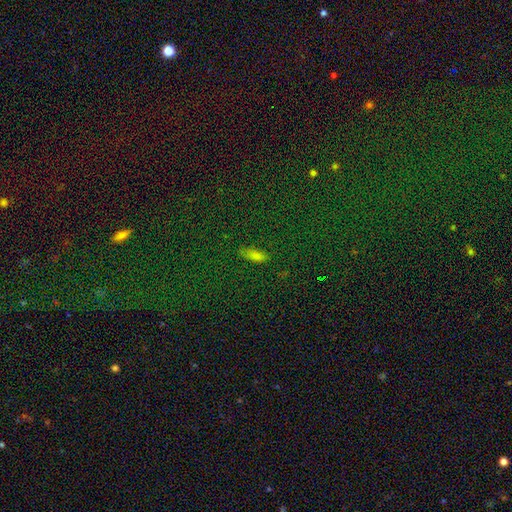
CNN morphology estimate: This is likely a smooth galaxy (67%). How rounded: likely in between (62%). Merging: clearly none (82%).